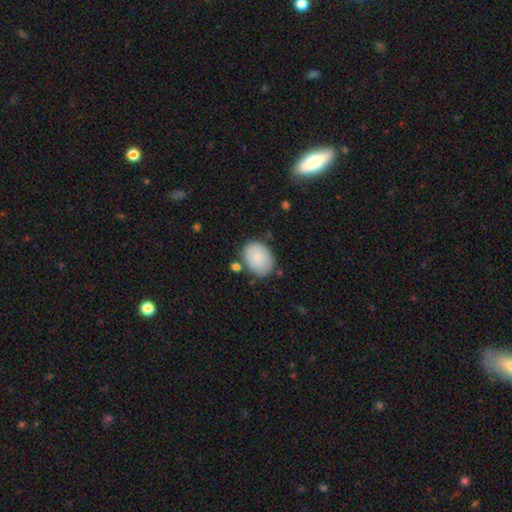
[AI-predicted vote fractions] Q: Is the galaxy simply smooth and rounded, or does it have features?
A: smooth — 84%.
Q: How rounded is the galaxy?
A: in between — 75%.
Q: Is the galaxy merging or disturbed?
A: none — 74%.